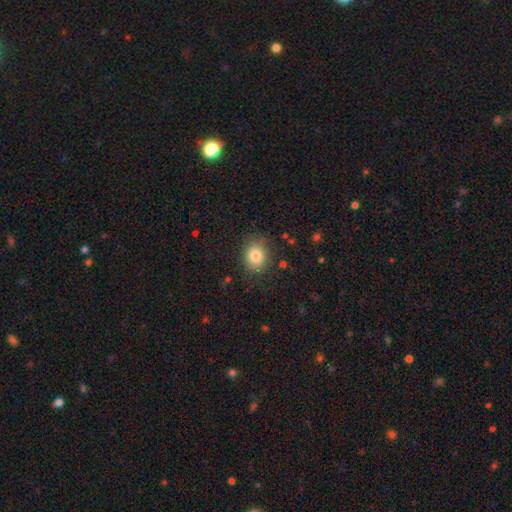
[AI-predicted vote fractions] This is clearly a smooth galaxy (82%). How rounded: possibly round (59%). Merging: clearly none (82%).